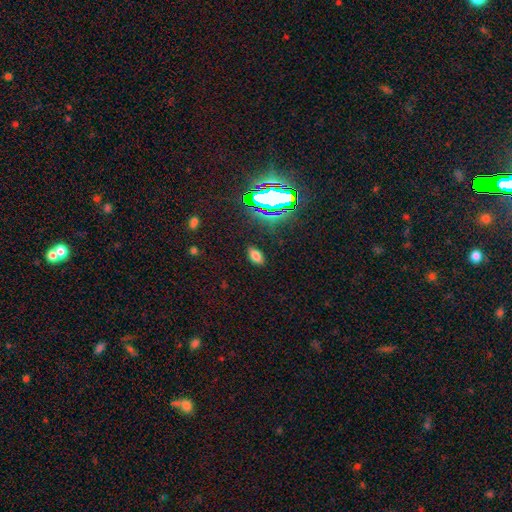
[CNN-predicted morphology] The model was most divided on "smooth or featured": smooth: 69%, star or artifact: 22%, featured or disk: 8%. More confident: how rounded — in between (91%); merging — none (88%).